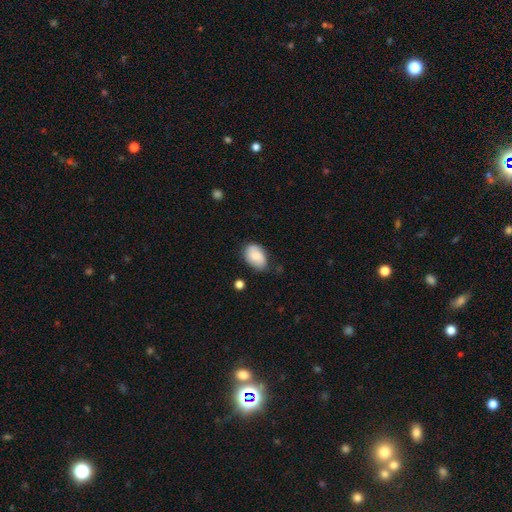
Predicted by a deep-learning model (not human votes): This appears to be a smooth galaxy with no disk features (81%) that is in between round and cigar-shaped (85%). Merging: none (69%).